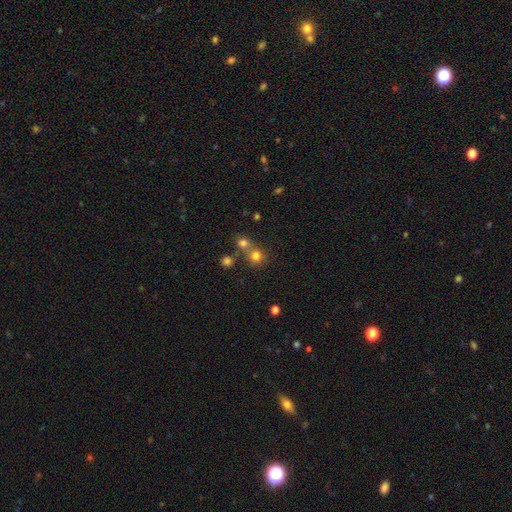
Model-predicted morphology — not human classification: Overall: smooth (74%). How rounded: round (85%). Merging: none (52%; merger 38%).